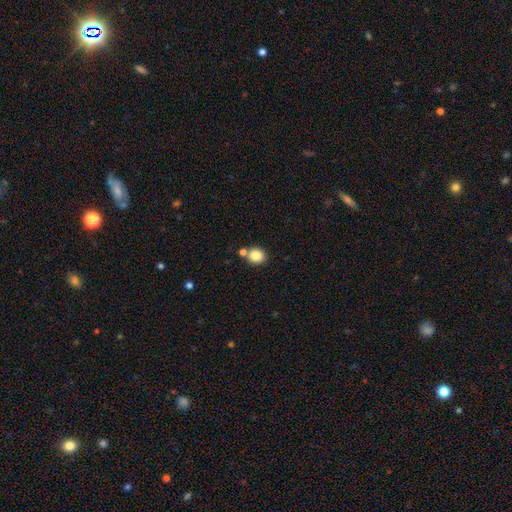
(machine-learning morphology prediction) Q: Smooth or featured?
A: smooth (85%); runner-up: star or artifact (10%)
Q: How rounded?
A: round (79%); runner-up: in between (20%)
Q: Merging?
A: none (68%); runner-up: merger (19%)